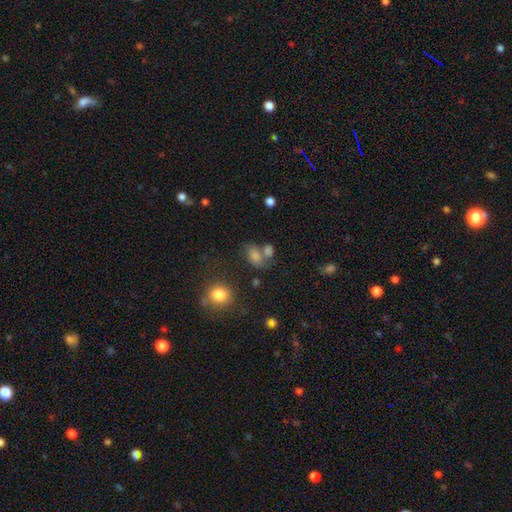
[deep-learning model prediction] This is likely a smooth galaxy (76%). How rounded: clearly in between (81%). Merging: marginally none (40%).